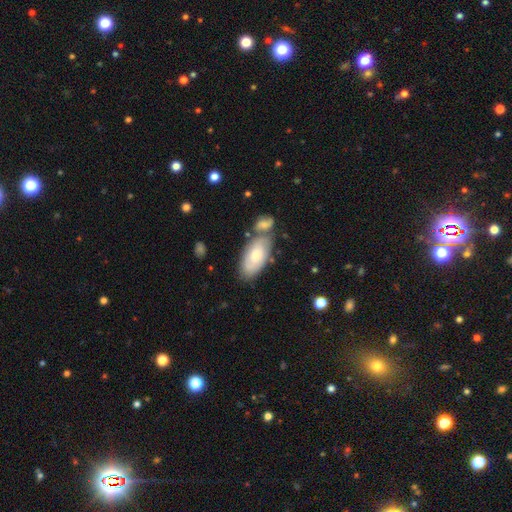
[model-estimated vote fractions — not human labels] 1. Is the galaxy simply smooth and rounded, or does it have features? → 56% smooth, 38% featured or disk, 6% star or artifact.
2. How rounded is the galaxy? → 92% in between, 5% cigar-shaped, 3% round.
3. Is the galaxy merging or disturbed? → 49% none, 29% merger, 17% minor disturbance, 5% major disturbance.